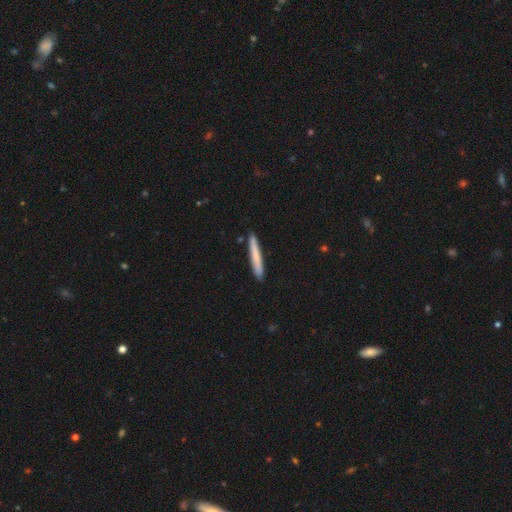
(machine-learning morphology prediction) Smooth or featured: smooth — 74% (featured or disk — 21%)
How rounded: cigar-shaped — 96% (in between — 3%)
Merging: none — 90% (minor disturbance — 8%)